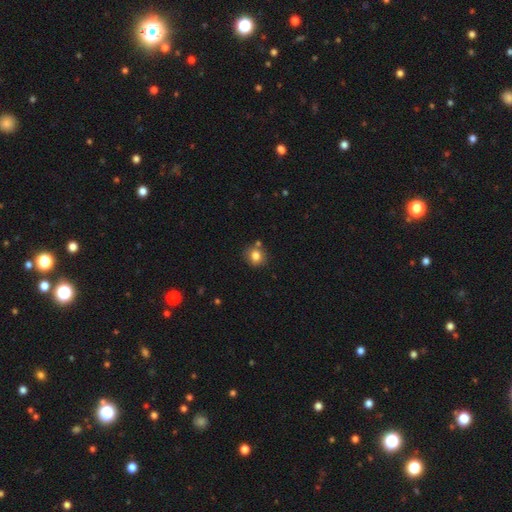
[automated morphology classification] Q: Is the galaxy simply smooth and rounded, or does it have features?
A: smooth — 80%.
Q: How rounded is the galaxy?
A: round — 78%.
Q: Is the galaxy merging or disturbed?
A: none — 75%.